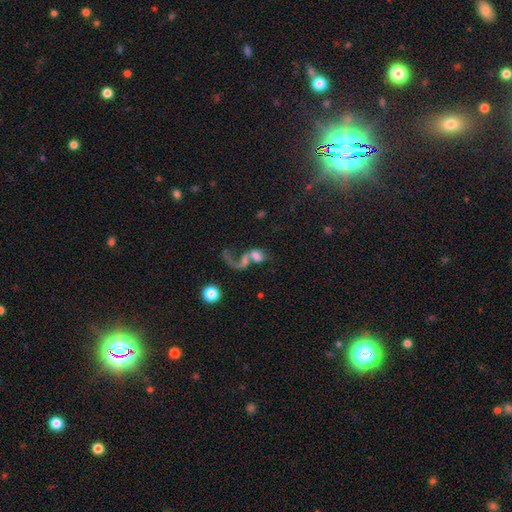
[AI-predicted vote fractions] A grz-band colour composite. It shows a featured or disk galaxy (46%). Merging: merger (54%).